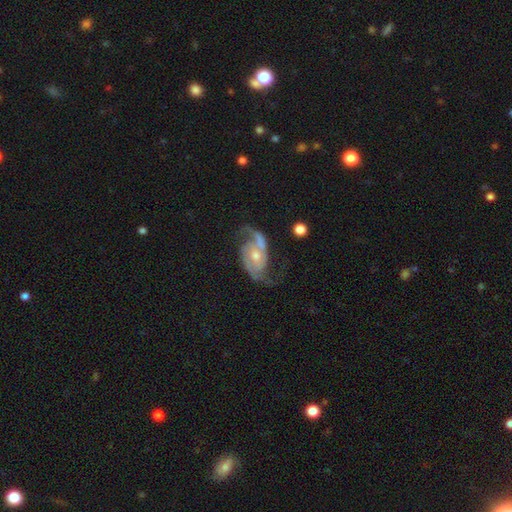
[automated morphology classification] The model was most divided on "spiral winding": medium: 45%, loose: 38%, tight: 17%. More confident: edge-on disk — no (97%); spiral arms — yes (96%); spiral arm count — 2 (89%); smooth or featured — featured or disk (87%); merging — none (62%); bar — no (60%); bulge size — moderate (58%).